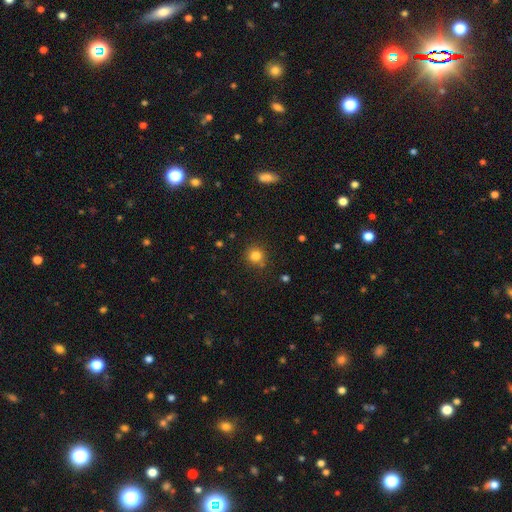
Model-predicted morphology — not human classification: A smooth galaxy with no disk features (82%) that is round (91%).

Vote fractions:
- Smooth or featured? smooth: 82% / star or artifact: 13% / featured or disk: 5%
- How rounded? round: 91% / in between: 8% / cigar-shaped: 1%
- Merging? none: 82% / minor disturbance: 11% / merger: 4% / major disturbance: 3%